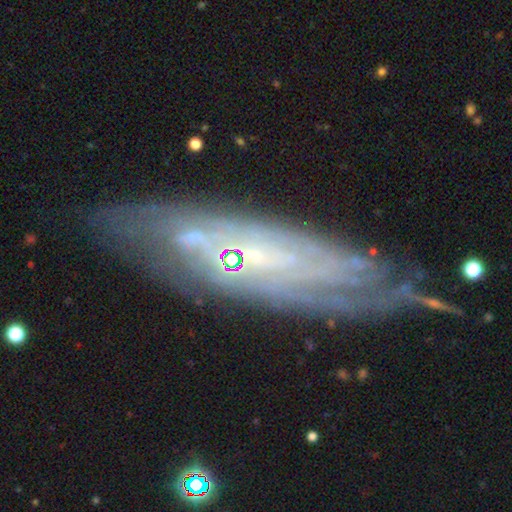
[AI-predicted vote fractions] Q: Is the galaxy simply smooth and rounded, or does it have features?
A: featured or disk — 76%.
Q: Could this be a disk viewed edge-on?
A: no — 72%.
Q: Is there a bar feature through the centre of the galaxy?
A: no — 60%.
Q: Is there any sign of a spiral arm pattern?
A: yes — 87%.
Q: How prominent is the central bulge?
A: small — 75%.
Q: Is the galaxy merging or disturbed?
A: none — 73%.